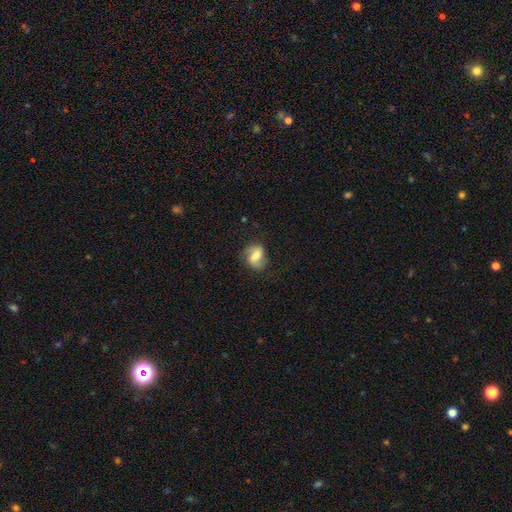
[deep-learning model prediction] A smooth galaxy with no disk features (51%) that is in between round and cigar-shaped (65%).

Vote fractions:
- Smooth or featured? smooth: 51% / featured or disk: 40% / star or artifact: 9%
- How rounded? in between: 65% / round: 32% / cigar-shaped: 2%
- Merging? none: 59% / minor disturbance: 25% / major disturbance: 13% / merger: 2%